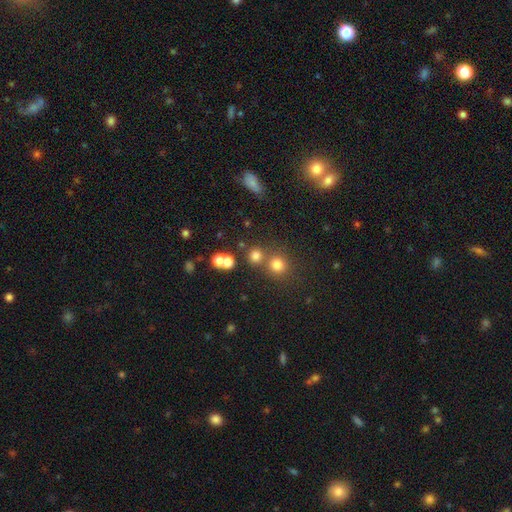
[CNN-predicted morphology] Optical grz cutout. It shows a smooth galaxy with no disk features (74%) that is round (89%). Merging: none (68%).